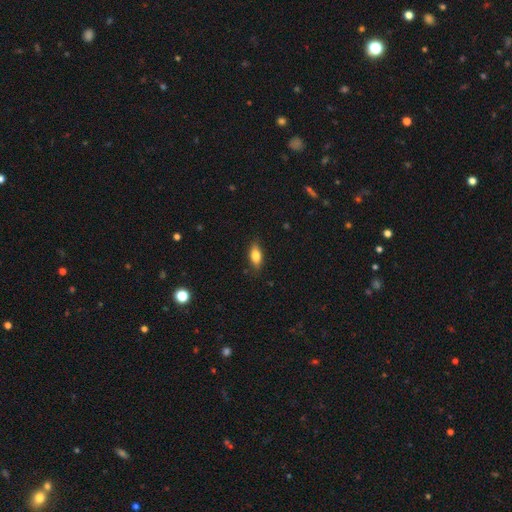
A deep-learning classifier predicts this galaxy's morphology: A smooth galaxy with no disk features (79%) that is in between round and cigar-shaped (82%).

Vote fractions:
- Smooth or featured? smooth: 79% / featured or disk: 13% / star or artifact: 7%
- How rounded? in between: 82% / cigar-shaped: 14% / round: 4%
- Merging? none: 83% / minor disturbance: 13% / major disturbance: 3% / merger: 1%